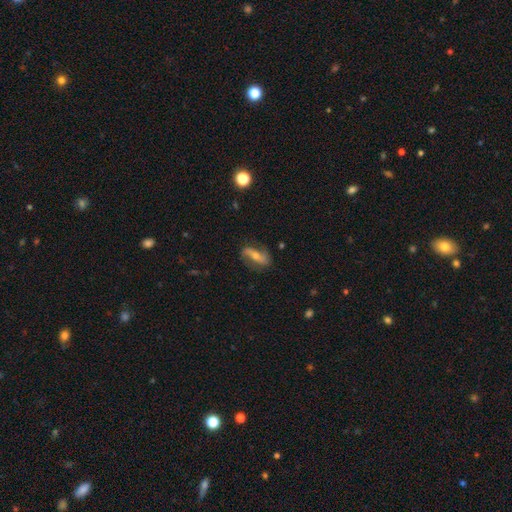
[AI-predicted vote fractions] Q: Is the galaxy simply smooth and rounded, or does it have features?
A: featured or disk — 72%.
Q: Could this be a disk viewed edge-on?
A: no — 85%.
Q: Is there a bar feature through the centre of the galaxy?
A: strong — 42%.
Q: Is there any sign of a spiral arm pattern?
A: yes — 87%.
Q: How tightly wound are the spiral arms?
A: loose — 55%.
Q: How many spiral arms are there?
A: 2 — 89%.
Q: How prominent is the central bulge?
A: moderate — 49%.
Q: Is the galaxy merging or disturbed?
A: none — 78%.